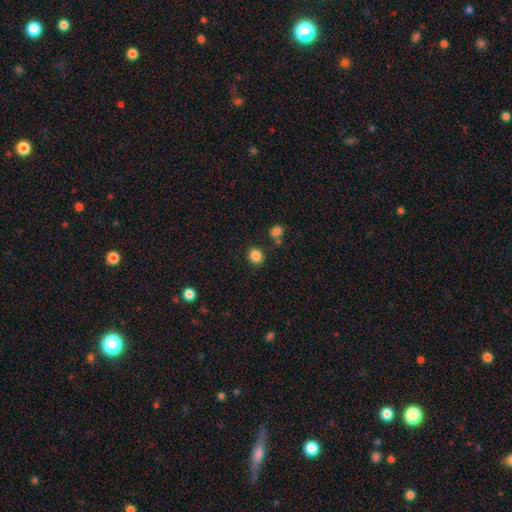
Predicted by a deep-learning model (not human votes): A smooth galaxy with no disk features (86%) that is round (79%). Merging: none (85%).